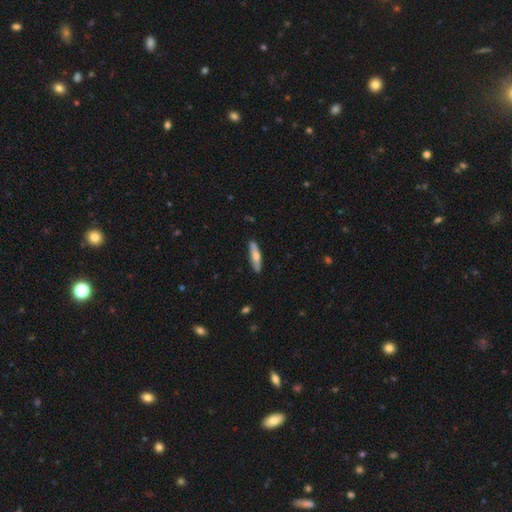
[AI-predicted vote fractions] smooth 51%, featured or disk 43%, star or artifact 5%. Down the decision tree: how rounded — cigar-shaped (80%); merging — none (87%).